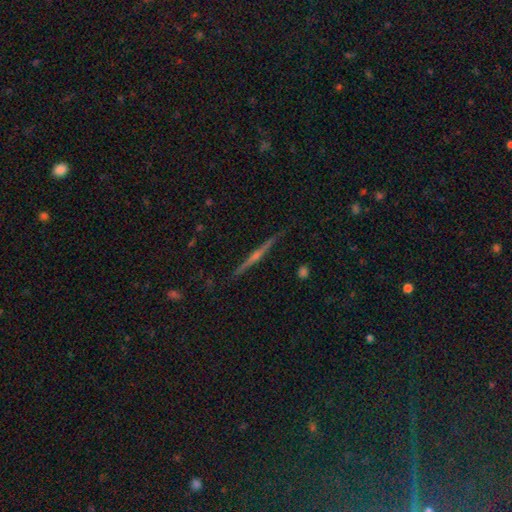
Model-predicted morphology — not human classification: Smooth or featured?
  - featured or disk: 81% *
  - smooth: 12%
  - star or artifact: 7%
Edge-on disk?
  - yes: 98% *
  - no: 2%
Edge-on bulge?
  - rounded: 84% *
  - none: 11%
  - boxy: 5%
Merging?
  - none: 91% *
  - minor disturbance: 7%
  - major disturbance: 1%
  - merger: 1%